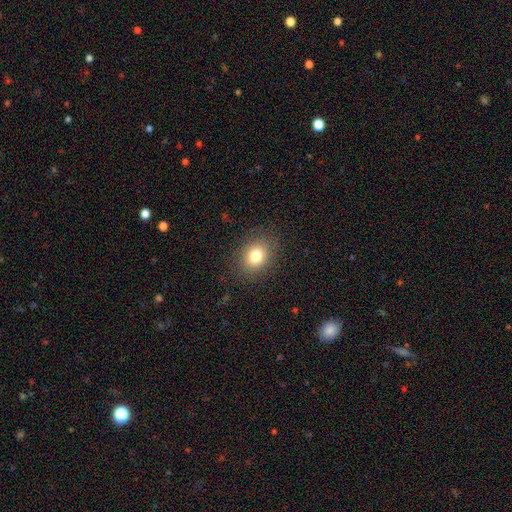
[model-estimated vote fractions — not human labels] A smooth galaxy with no disk features (79%) that is round (55%). Merging: none (87%).